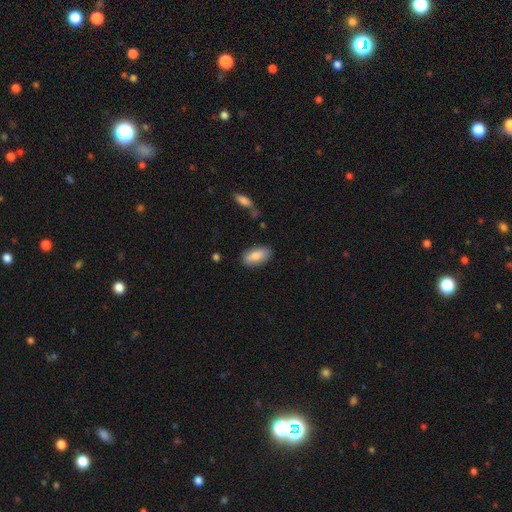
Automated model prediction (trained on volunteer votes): smooth-or-featured: smooth: 82% | featured or disk: 11% | star or artifact: 6%
  how-rounded: in between: 91% | cigar-shaped: 7% | round: 3%
  merging: none: 84% | minor disturbance: 12% | major disturbance: 3% | merger: 2%